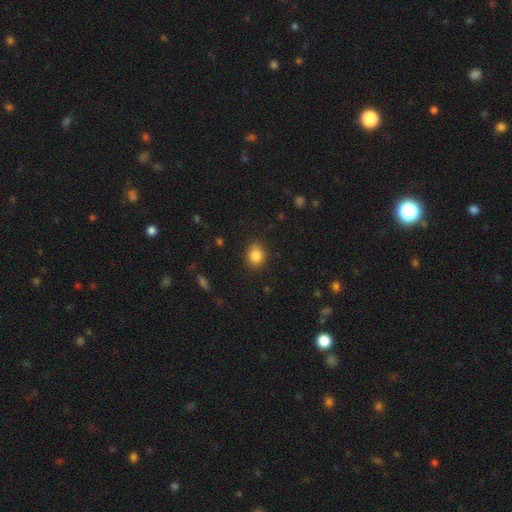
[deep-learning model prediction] This appears to be a smooth galaxy with no disk features (84%) that is round (68%). Merging: none (83%).